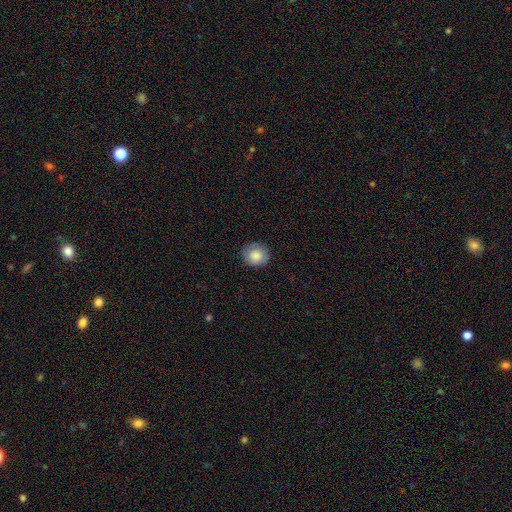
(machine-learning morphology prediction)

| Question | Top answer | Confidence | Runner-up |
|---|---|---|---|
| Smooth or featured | smooth | 83% | featured or disk (9%) |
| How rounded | round | 86% | in between (13%) |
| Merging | none | 81% | minor disturbance (15%) |